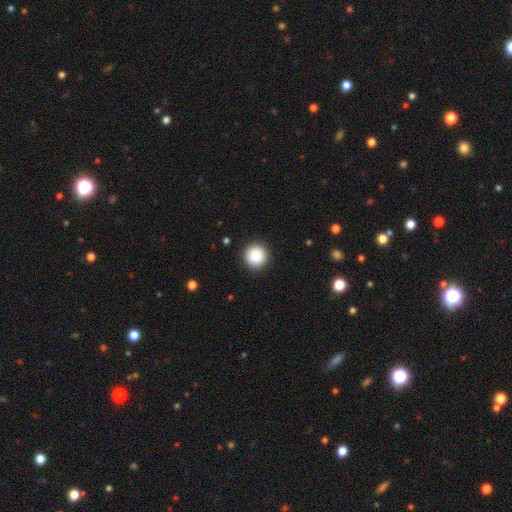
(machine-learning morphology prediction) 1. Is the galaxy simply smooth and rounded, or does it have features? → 88% smooth, 9% star or artifact, 3% featured or disk.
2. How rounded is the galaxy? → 96% round, 3% in between, 1% cigar-shaped.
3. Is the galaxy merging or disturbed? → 92% none, 5% minor disturbance, 2% major disturbance, 1% merger.